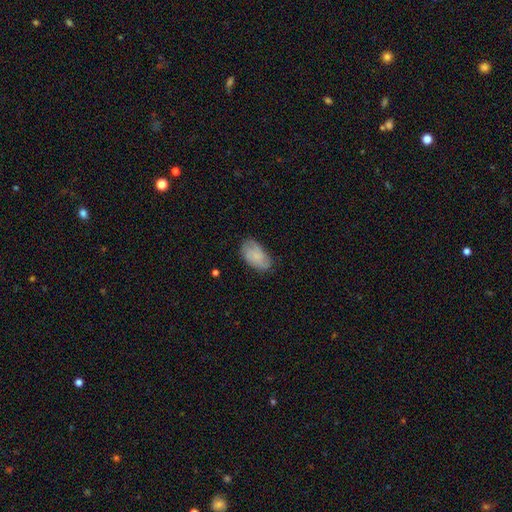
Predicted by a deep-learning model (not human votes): Q: Smooth or featured?
A: smooth (60%); runner-up: featured or disk (33%)
Q: How rounded?
A: in between (92%); runner-up: round (6%)
Q: Merging?
A: none (70%); runner-up: minor disturbance (23%)